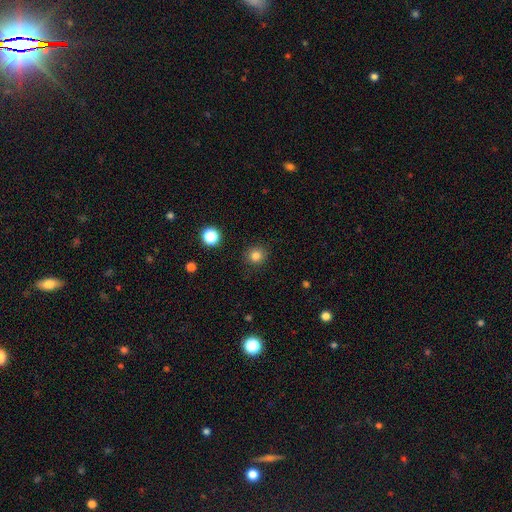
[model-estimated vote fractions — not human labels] A smooth galaxy with no disk features (82%) that is round (92%). Merging: none (90%).